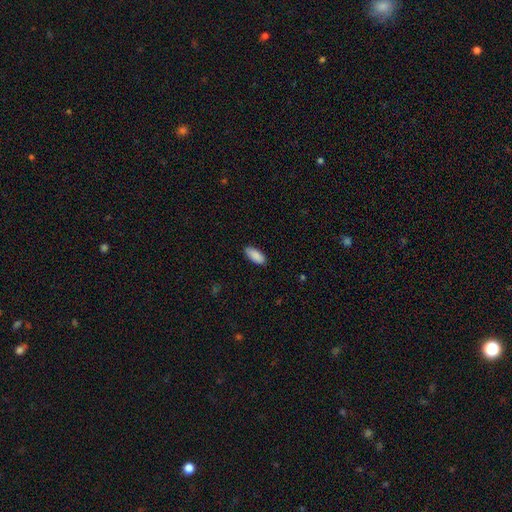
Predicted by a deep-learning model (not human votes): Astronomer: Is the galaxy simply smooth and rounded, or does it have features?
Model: smooth — 90%.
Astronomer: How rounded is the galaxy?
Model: in between — 90%.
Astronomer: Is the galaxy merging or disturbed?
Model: none — 86%.